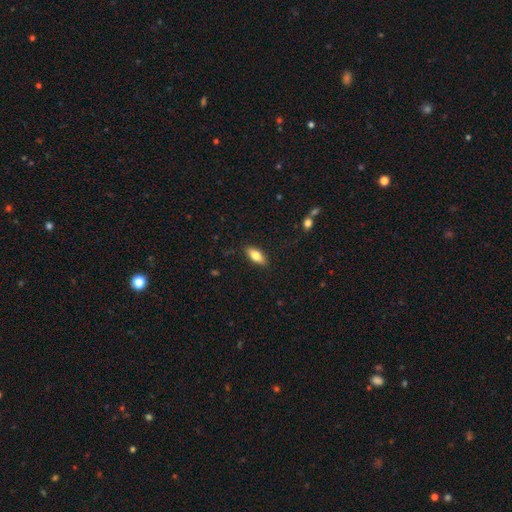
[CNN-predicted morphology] This appears to be a smooth galaxy with no disk features (75%) that is in between round and cigar-shaped (79%). Merging: none (87%).